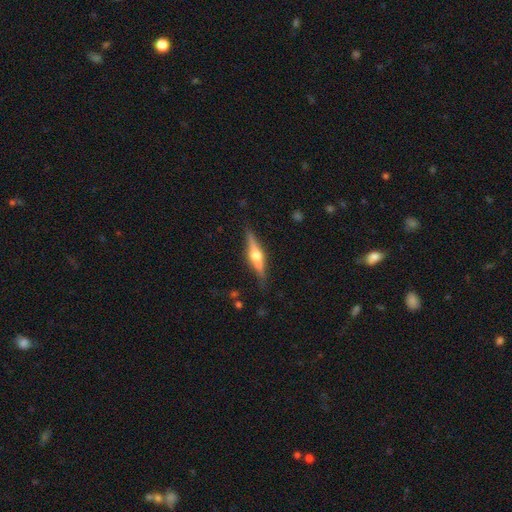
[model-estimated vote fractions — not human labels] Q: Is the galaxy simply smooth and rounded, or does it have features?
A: featured or disk — 74%.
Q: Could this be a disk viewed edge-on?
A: yes — 97%.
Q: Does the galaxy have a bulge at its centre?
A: rounded — 94%.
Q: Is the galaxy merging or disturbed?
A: none — 84%.